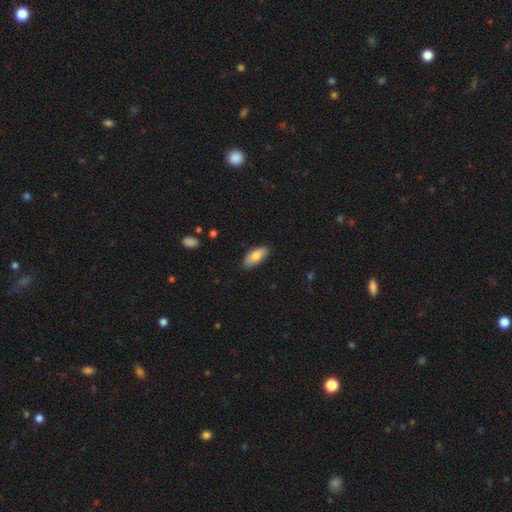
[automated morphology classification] This is clearly a smooth galaxy (82%). How rounded: clearly in between (85%). Merging: clearly none (84%).